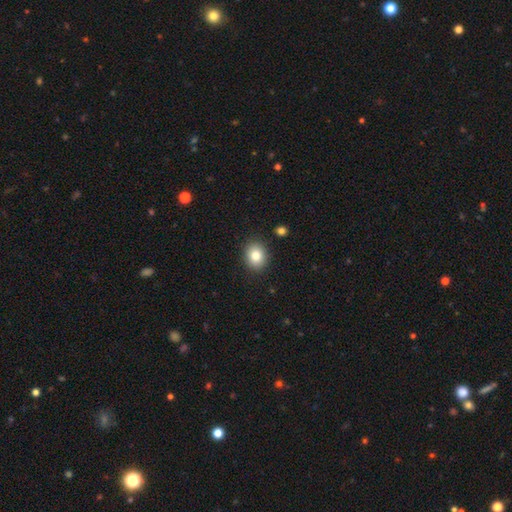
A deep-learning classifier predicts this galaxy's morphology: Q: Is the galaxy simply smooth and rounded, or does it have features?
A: smooth — 83%.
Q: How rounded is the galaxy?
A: round — 59%.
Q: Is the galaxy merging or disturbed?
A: none — 89%.